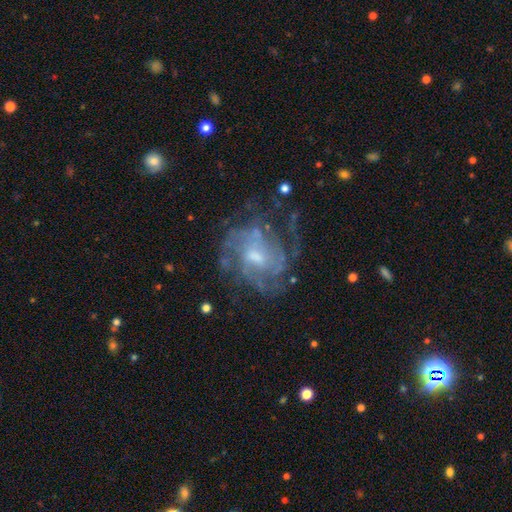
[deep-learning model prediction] Smooth or featured: featured or disk — 82% (smooth — 10%)
Edge-on disk: no — 97% (yes — 3%)
Bar: no — 48% (weak — 44%)
Spiral arms: yes — 86% (no — 14%)
Spiral winding: tight — 45% (medium — 40%)
Spiral arm count: can't tell — 43% (3 — 17%)
Bulge size: moderate — 49% (small — 39%)
Merging: none — 59% (minor disturbance — 20%)